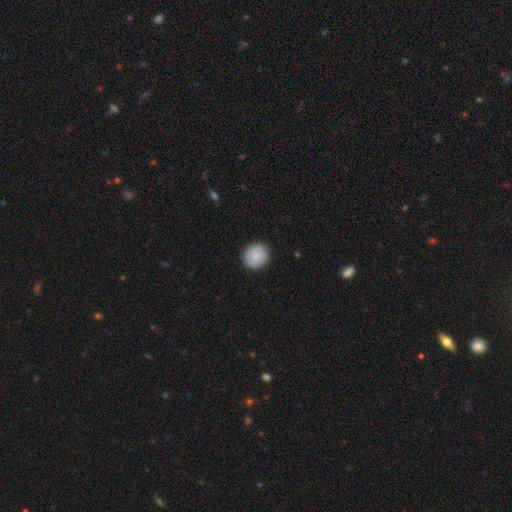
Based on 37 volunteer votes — Q: Smooth or featured?
A: smooth (81%); runner-up: featured or disk (11%)
Q: How rounded?
A: round (93%); runner-up: in between (7%)
Q: Merging?
A: none (94%); runner-up: minor disturbance (3%)